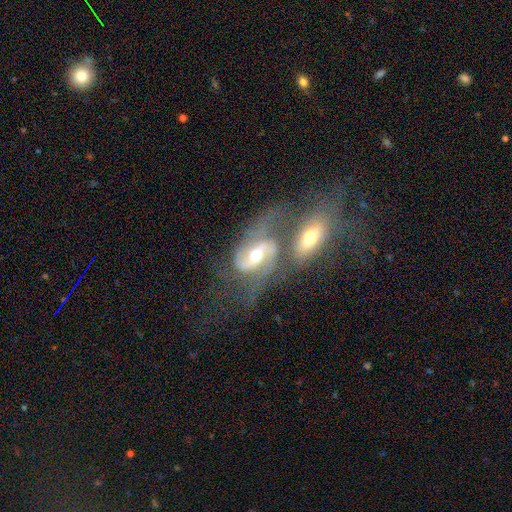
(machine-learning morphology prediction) This is clearly a featured or disk galaxy (86%). It is clearly not viewed edge-on (95%). Bar: marginally weak (41%). Spiral arm pattern: clearly yes (94%). Spiral arm count: clearly 2 (89%). Spiral winding: possibly medium (46%). Central bulge: likely moderate (70%). Merging: possibly merger (50%).